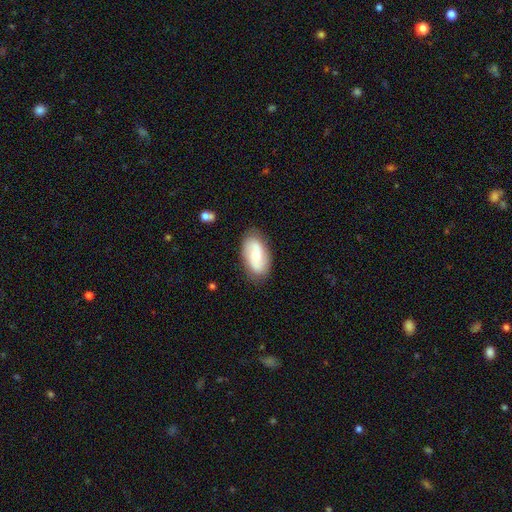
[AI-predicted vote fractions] Smooth or featured? Predicted: featured or disk (p=0.47, tied with smooth). Merging? Predicted: none (p=0.81).